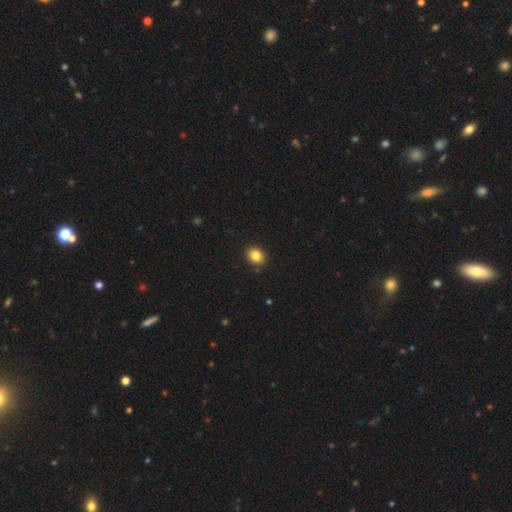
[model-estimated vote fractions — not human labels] Smooth or featured? Predicted: smooth (p=0.84). How rounded? Predicted: round (p=0.55). Merging? Predicted: none (p=0.89).